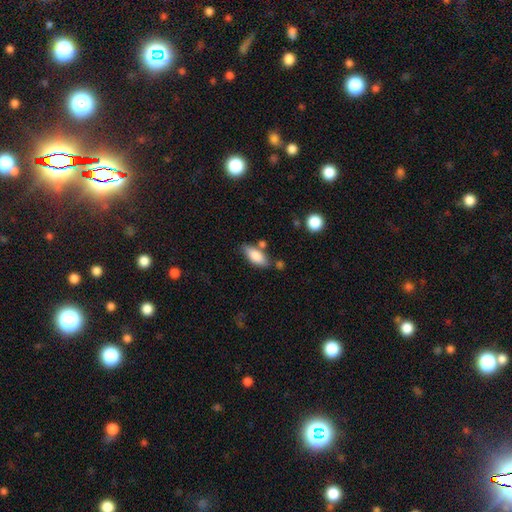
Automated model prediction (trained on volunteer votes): Q: Smooth or featured?
A: smooth (81%); runner-up: featured or disk (12%)
Q: How rounded?
A: in between (80%); runner-up: cigar-shaped (17%)
Q: Merging?
A: none (68%); runner-up: minor disturbance (17%)